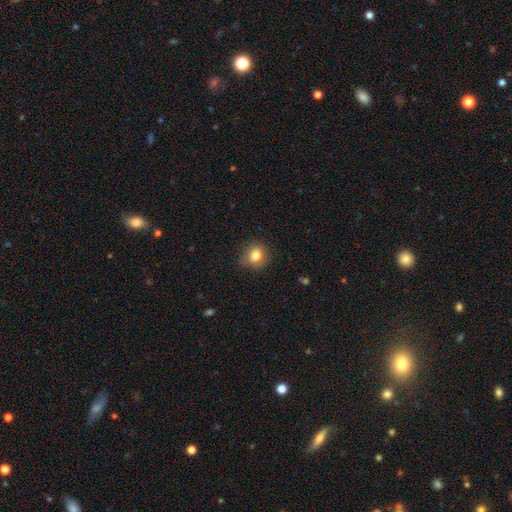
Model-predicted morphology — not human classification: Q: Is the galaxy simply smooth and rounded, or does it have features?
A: smooth — 81%.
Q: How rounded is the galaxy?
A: round — 68%.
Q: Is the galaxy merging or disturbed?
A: none — 80%.